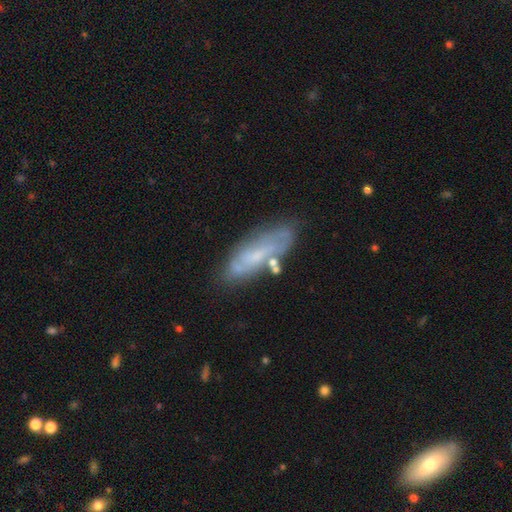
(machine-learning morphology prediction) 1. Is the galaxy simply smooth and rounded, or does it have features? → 50% featured or disk, 41% smooth, 9% star or artifact.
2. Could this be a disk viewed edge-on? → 75% no, 25% yes.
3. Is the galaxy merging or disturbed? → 61% none, 22% minor disturbance, 9% merger, 9% major disturbance.